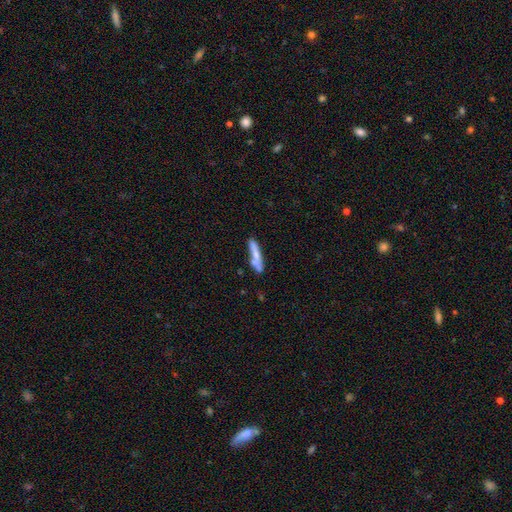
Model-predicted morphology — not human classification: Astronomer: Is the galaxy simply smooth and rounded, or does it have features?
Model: smooth — 63%.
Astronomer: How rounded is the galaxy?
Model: cigar-shaped — 86%.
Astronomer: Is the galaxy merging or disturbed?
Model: none — 53%.